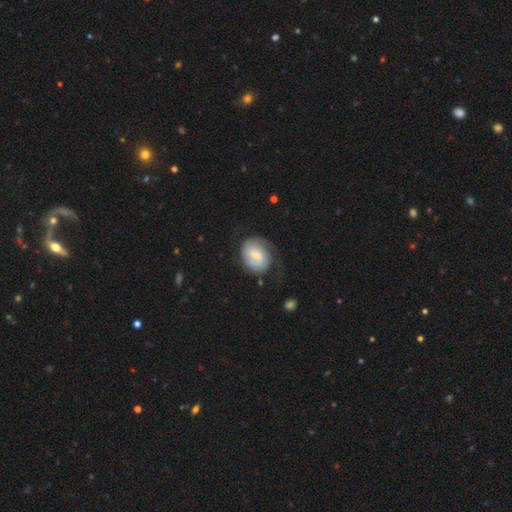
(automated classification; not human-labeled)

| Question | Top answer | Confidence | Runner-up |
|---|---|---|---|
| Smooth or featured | featured or disk | 52% | smooth (42%) |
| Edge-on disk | no | 97% | yes (3%) |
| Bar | weak | 49% | no (39%) |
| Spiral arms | yes | 79% | no (21%) |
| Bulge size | small | 52% | moderate (38%) |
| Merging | none | 59% | minor disturbance (25%) |